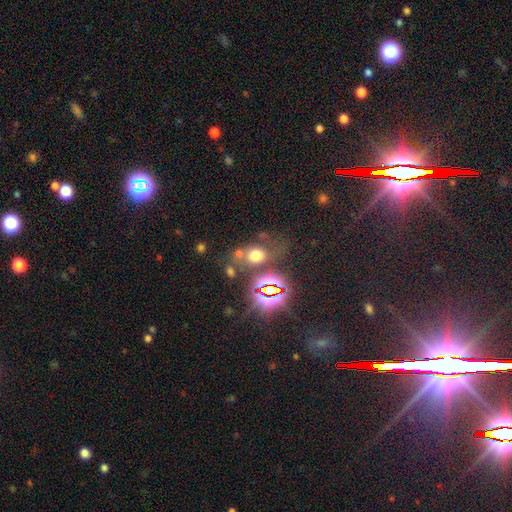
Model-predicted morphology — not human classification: This is possibly a smooth galaxy (57%). How rounded: possibly round (54%). Merging: possibly none (54%).